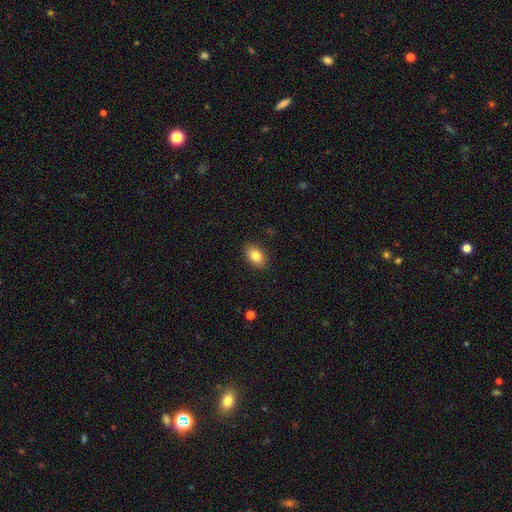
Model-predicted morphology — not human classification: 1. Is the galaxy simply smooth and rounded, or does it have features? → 83% smooth, 9% featured or disk, 8% star or artifact.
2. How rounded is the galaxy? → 85% in between, 13% round, 1% cigar-shaped.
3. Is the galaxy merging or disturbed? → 88% none, 9% minor disturbance, 2% major disturbance, 1% merger.